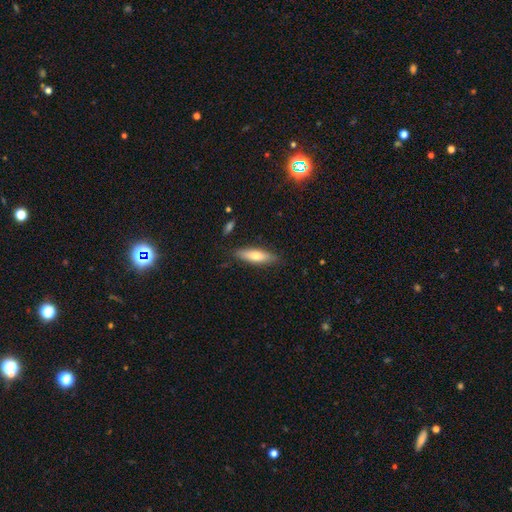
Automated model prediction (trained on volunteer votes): This is likely a smooth galaxy (65%). How rounded: possibly cigar-shaped (60%). Merging: clearly none (84%).